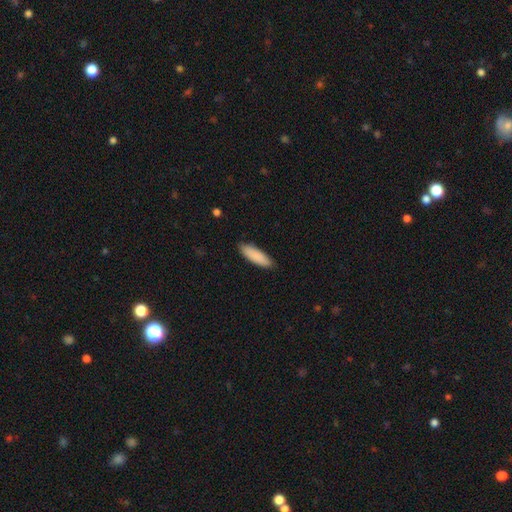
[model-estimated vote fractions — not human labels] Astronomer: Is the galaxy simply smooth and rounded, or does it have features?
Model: smooth — 89%.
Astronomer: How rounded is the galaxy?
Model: cigar-shaped — 52% (runner-up: in between, 46%).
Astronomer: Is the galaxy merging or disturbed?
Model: none — 87%.